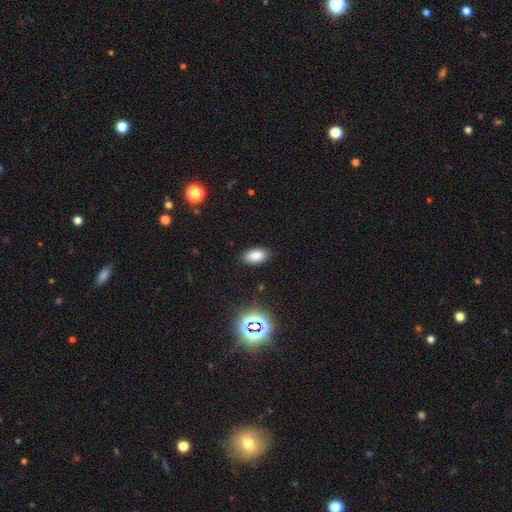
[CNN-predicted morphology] This is clearly a smooth galaxy (82%). How rounded: clearly in between (93%). Merging: clearly none (87%).